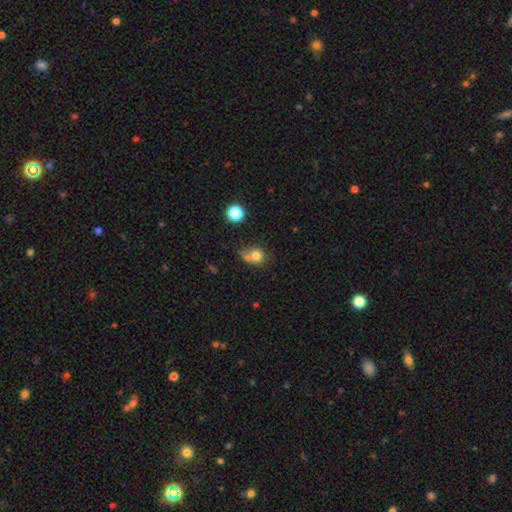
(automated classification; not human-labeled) Smooth or featured: smooth — 76% (star or artifact — 13%)
How rounded: round — 69% (in between — 30%)
Merging: none — 47% (merger — 28%)